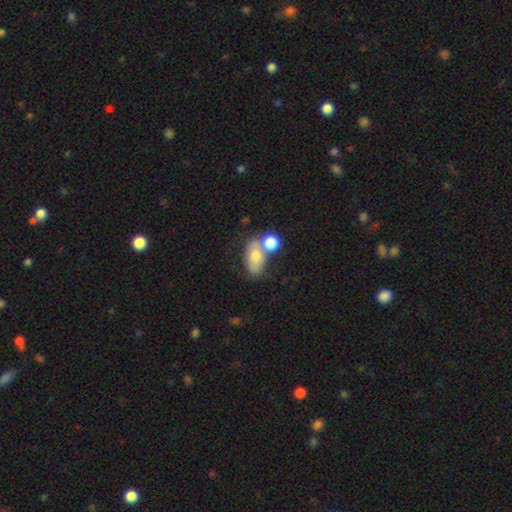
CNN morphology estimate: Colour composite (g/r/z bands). It shows a smooth galaxy with no disk features (67%) that is in between round and cigar-shaped (80%). Merging: merger (40%).